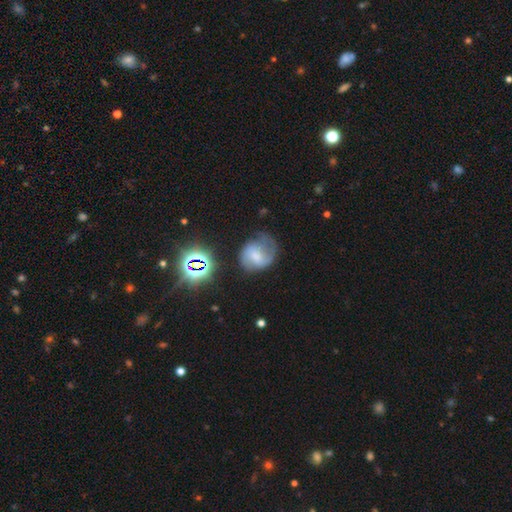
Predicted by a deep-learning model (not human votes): Morphology: type=featured or disk (56%); edge-on=no (97%); bar=weak (45%); spiral arms=yes (87%); bulge=moderate (37%); merging=none (47%).